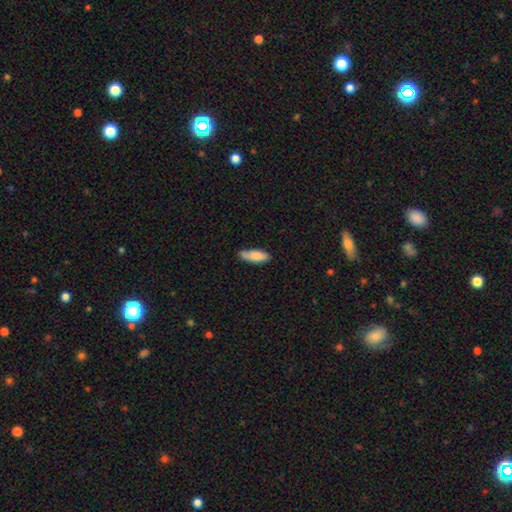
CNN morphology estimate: type=smooth (83%); roundness=in between (62%); merging=none (70%).